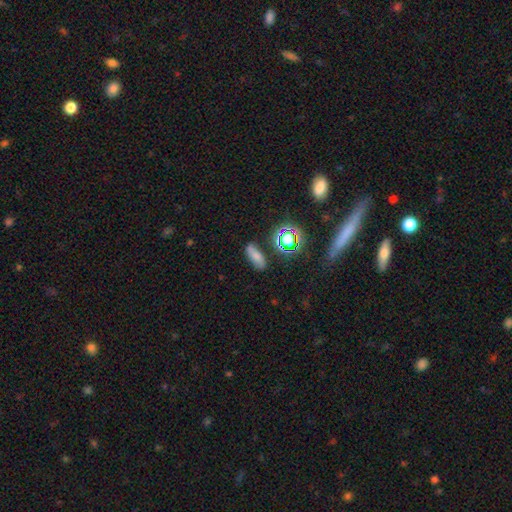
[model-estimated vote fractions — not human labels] Smooth or featured?
  - smooth: 63% *
  - star or artifact: 20%
  - featured or disk: 18%
How rounded?
  - in between: 65% *
  - cigar-shaped: 28%
  - round: 7%
Merging?
  - none: 73% *
  - minor disturbance: 17%
  - major disturbance: 5%
  - merger: 4%